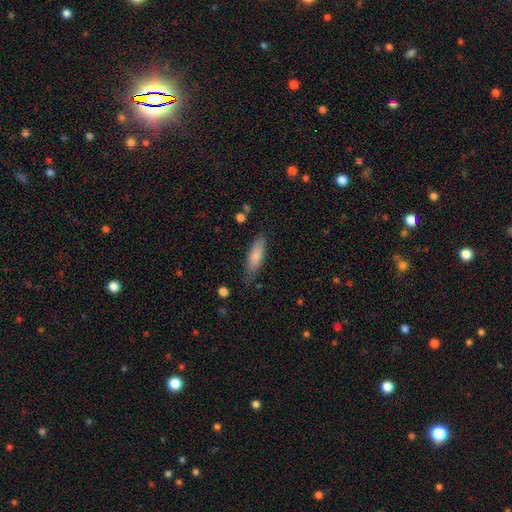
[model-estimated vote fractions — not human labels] smooth-or-featured: smooth: 79% | featured or disk: 15% | star or artifact: 6%
  how-rounded: in between: 54% | cigar-shaped: 44% | round: 2%
  merging: none: 72% | minor disturbance: 22% | major disturbance: 5% | merger: 2%